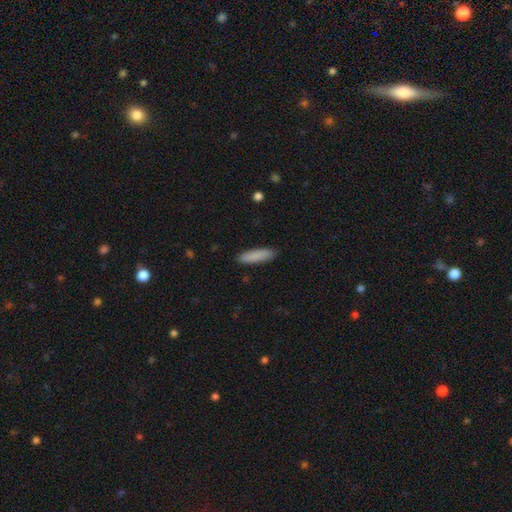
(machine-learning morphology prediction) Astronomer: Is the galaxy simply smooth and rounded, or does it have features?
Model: smooth — 87%.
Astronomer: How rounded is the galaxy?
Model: cigar-shaped — 77%.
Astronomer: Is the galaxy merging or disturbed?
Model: none — 90%.